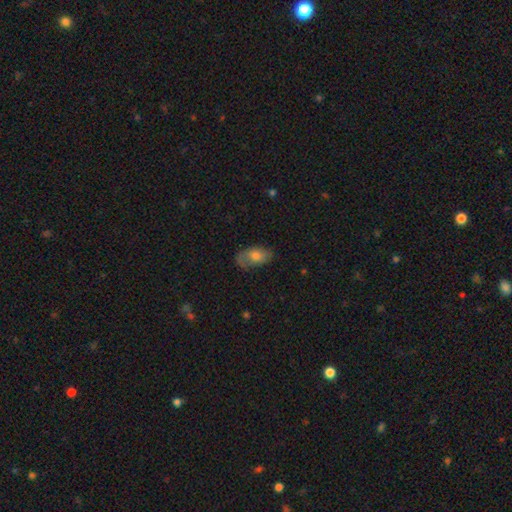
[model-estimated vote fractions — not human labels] Morphology: type=smooth (66%); roundness=in between (91%); merging=none (60%).